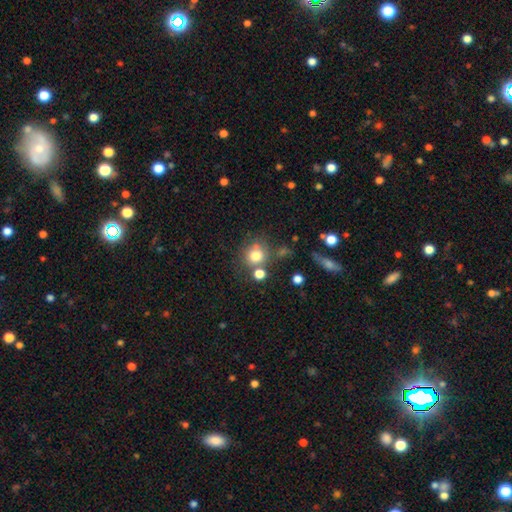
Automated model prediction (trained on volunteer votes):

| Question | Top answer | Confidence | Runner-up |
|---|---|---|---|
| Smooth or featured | smooth | 77% | star or artifact (13%) |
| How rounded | round | 87% | in between (12%) |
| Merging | none | 63% | merger (18%) |